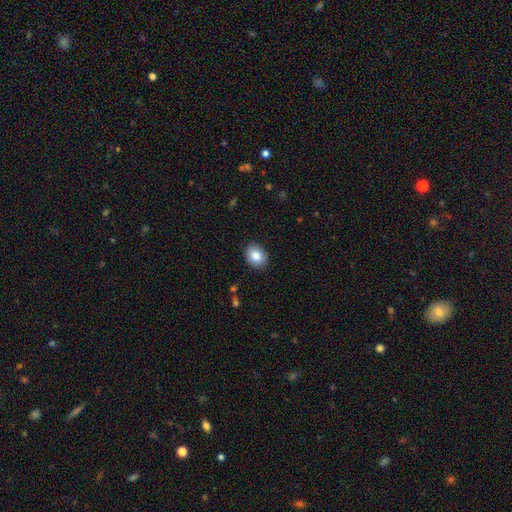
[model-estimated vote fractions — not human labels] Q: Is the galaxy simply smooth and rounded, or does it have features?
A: smooth — 85%.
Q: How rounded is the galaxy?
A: in between — 51%.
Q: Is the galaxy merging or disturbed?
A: none — 89%.